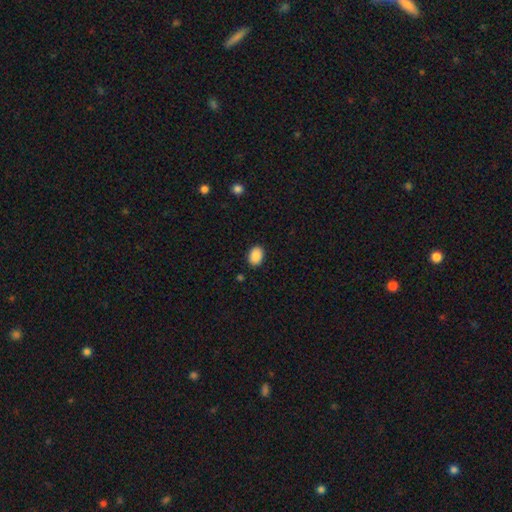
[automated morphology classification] type=smooth (90%); roundness=in between (72%); merging=none (89%).